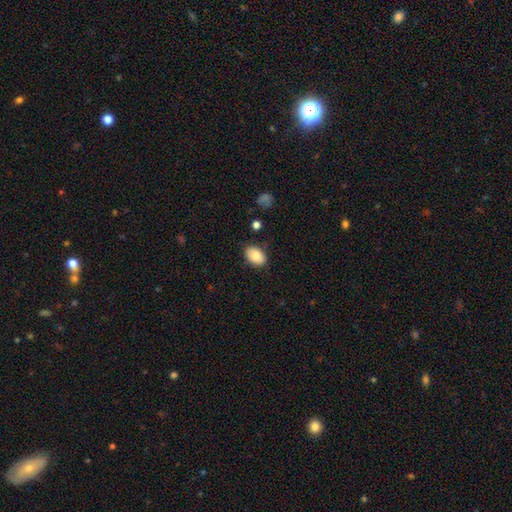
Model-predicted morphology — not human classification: Smooth or featured? smooth (83%)
How rounded? in between (87%)
Merging? none (82%)